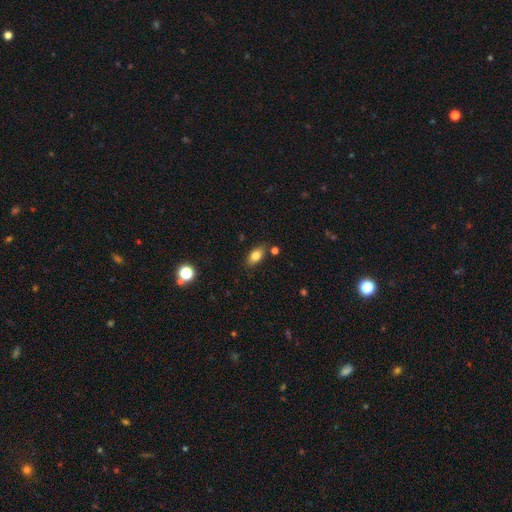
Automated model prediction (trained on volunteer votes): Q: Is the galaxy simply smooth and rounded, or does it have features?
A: smooth — 78%.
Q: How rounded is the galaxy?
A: in between — 87%.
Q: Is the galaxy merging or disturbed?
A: none — 81%.